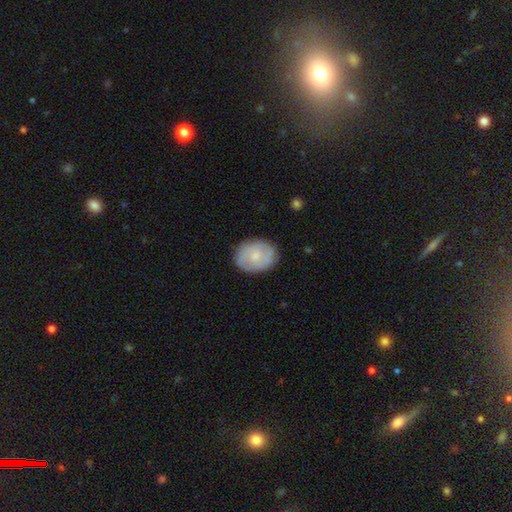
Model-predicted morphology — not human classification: type=smooth (56%); roundness=in between (68%); merging=none (84%).